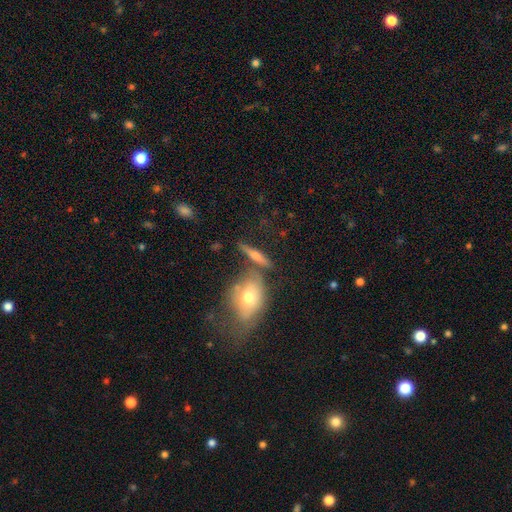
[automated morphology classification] smooth-or-featured: smooth: 48% | featured or disk: 43% | star or artifact: 9%
  merging: none: 64% | merger: 19% | minor disturbance: 12% | major disturbance: 5%